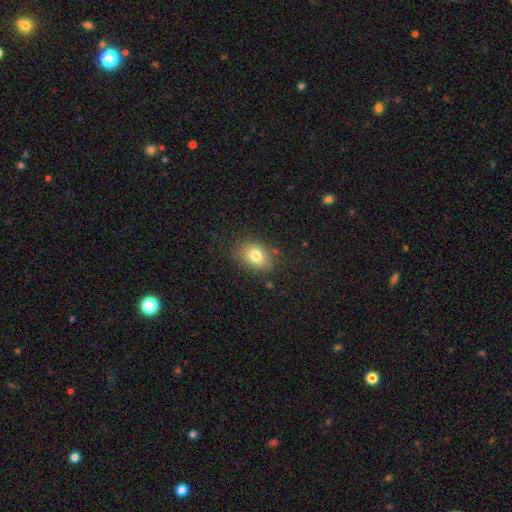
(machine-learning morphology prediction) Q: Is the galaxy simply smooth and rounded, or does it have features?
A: smooth — 79%.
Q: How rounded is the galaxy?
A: in between — 69%.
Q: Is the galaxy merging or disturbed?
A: none — 80%.